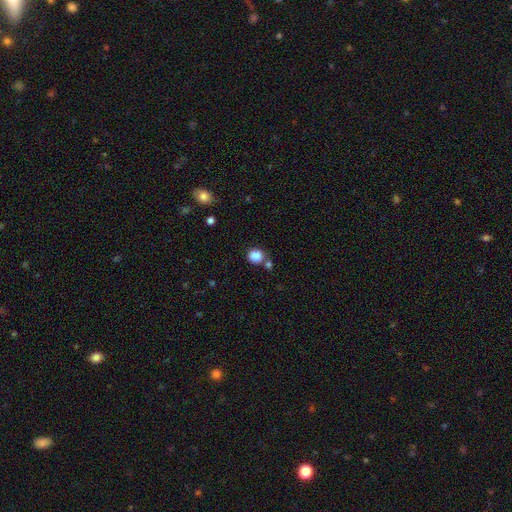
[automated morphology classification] A smooth galaxy with no disk features (86%) that is round (84%).

Vote fractions:
- Smooth or featured? smooth: 86% / star or artifact: 10% / featured or disk: 4%
- How rounded? round: 84% / in between: 15% / cigar-shaped: 1%
- Merging? none: 70% / merger: 15% / minor disturbance: 10% / major disturbance: 4%